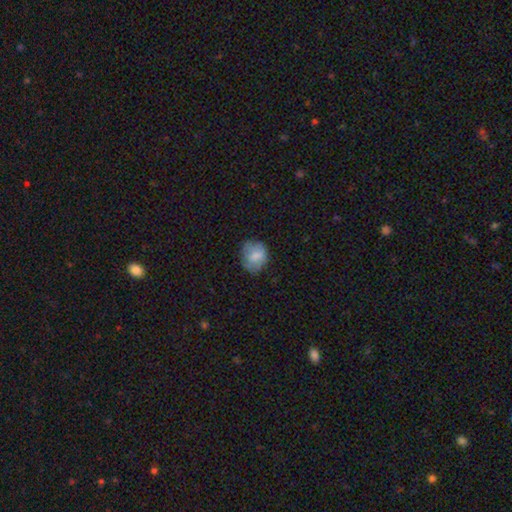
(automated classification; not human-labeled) smooth 76%, featured or disk 17%, star or artifact 7%. Down the decision tree: how rounded — round (64%); merging — none (66%).